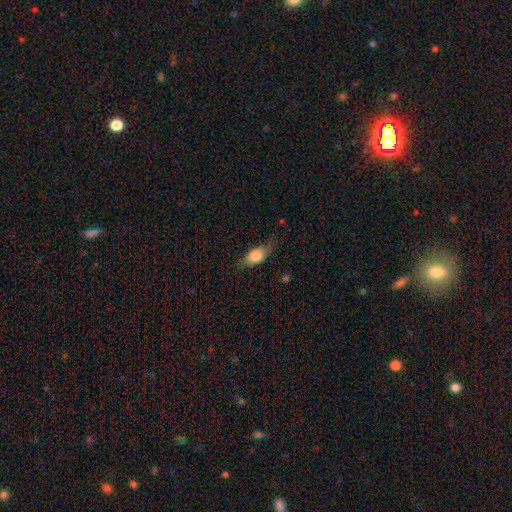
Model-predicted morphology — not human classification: Smooth or featured? smooth (72%)
How rounded? in between (78%)
Merging? none (71%)